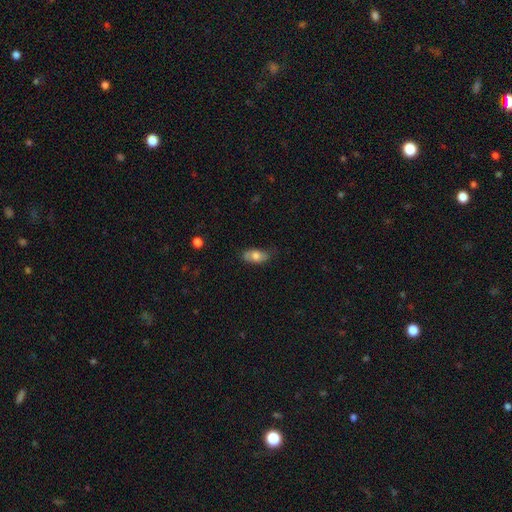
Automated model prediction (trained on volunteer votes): A smooth galaxy with no disk features (71%) that is in between round and cigar-shaped (88%). Merging: none (69%).